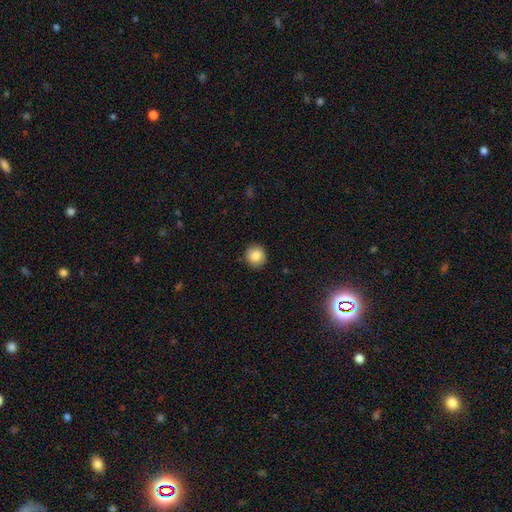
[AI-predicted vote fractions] This appears to be a smooth galaxy with no disk features (85%) that is round (91%). Merging: none (89%).